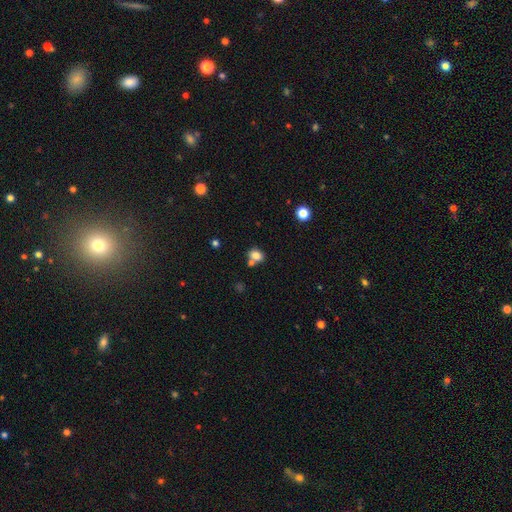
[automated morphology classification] Smooth or featured?
  - smooth: 80% *
  - star or artifact: 11%
  - featured or disk: 8%
How rounded?
  - in between: 60% *
  - round: 39%
  - cigar-shaped: 1%
Merging?
  - none: 57% *
  - merger: 28%
  - minor disturbance: 12%
  - major disturbance: 4%